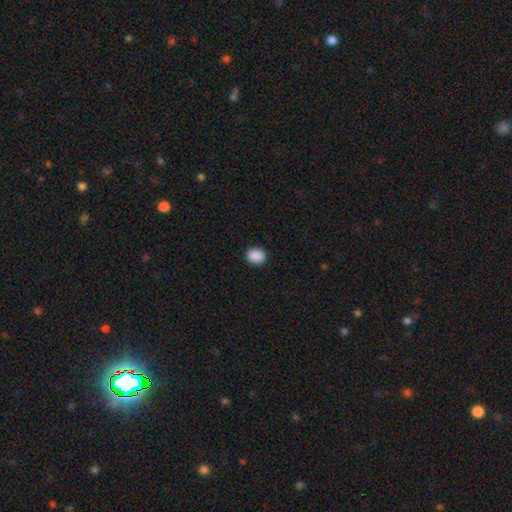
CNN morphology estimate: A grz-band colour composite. It shows a smooth galaxy with no disk features (90%) that is round (58%). Merging: none (91%).